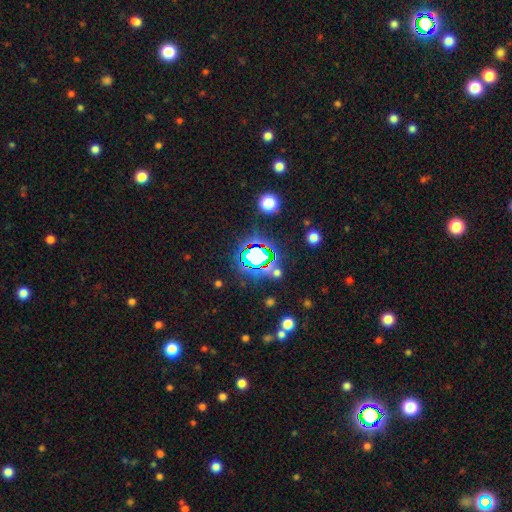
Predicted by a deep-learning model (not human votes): Morphology: type=star or artifact (65%).